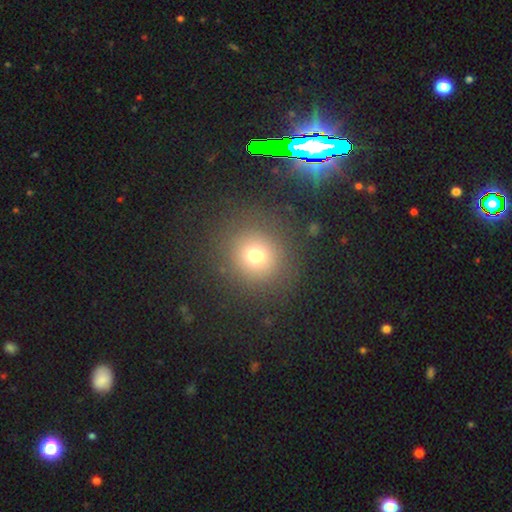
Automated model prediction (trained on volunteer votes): Morphology: type=smooth (72%); roundness=round (90%); merging=none (85%).